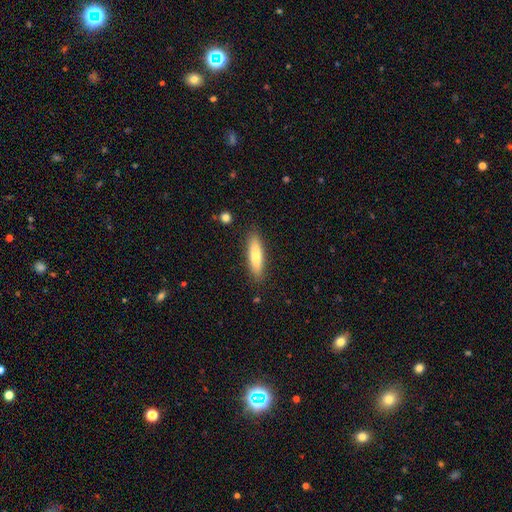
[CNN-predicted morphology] Smooth or featured? Predicted: smooth (p=0.76). How rounded? Predicted: cigar-shaped (p=0.70). Merging? Predicted: none (p=0.87).